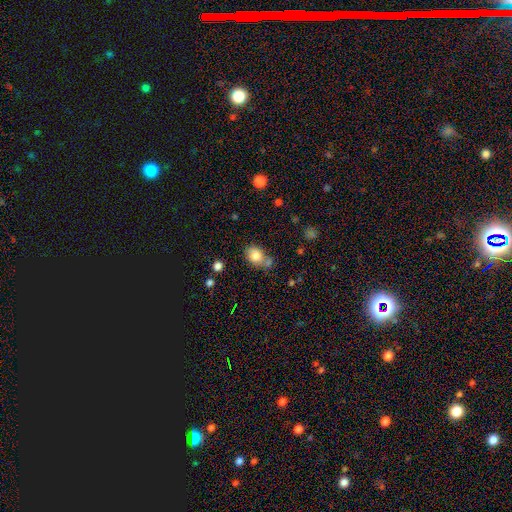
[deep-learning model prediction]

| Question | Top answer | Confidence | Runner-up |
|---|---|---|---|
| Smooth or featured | smooth | 80% | featured or disk (10%) |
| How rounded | in between | 59% | round (40%) |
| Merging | none | 58% | merger (19%) |